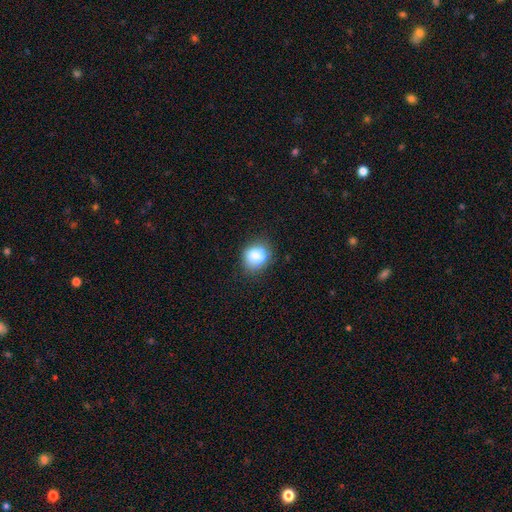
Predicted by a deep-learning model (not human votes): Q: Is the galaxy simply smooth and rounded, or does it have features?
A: smooth — 79%.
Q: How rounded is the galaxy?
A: round — 61%.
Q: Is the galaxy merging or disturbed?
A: none — 70%.